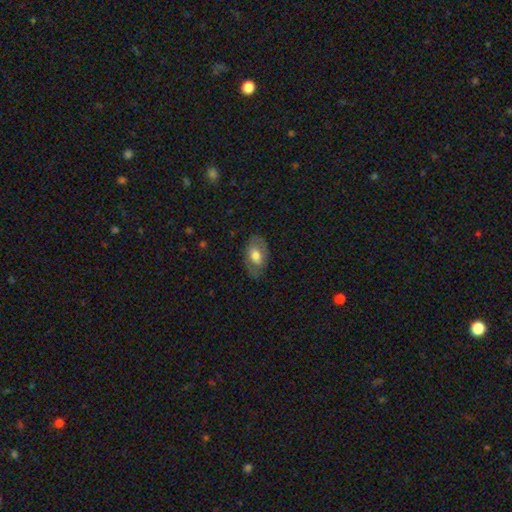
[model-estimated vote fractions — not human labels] Smooth or featured? Predicted: smooth (p=0.57). How rounded? Predicted: in between (p=0.89). Merging? Predicted: none (p=0.73).